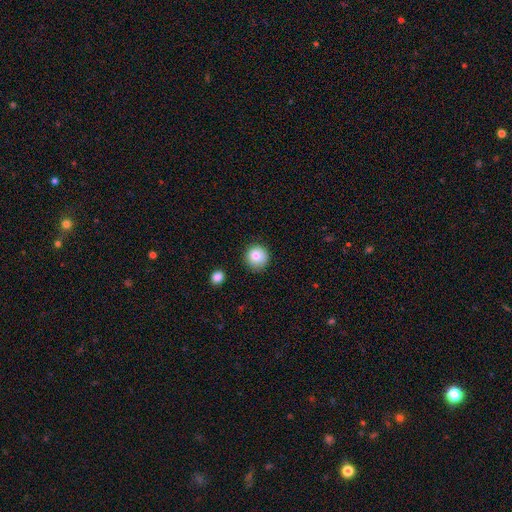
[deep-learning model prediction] A smooth galaxy with no disk features (84%) that is round (93%). Merging: none (86%).